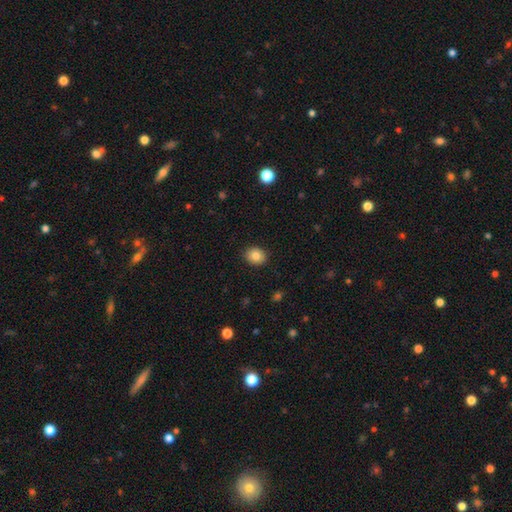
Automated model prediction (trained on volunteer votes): A smooth galaxy with no disk features (84%) that is round (59%). Merging: none (90%).